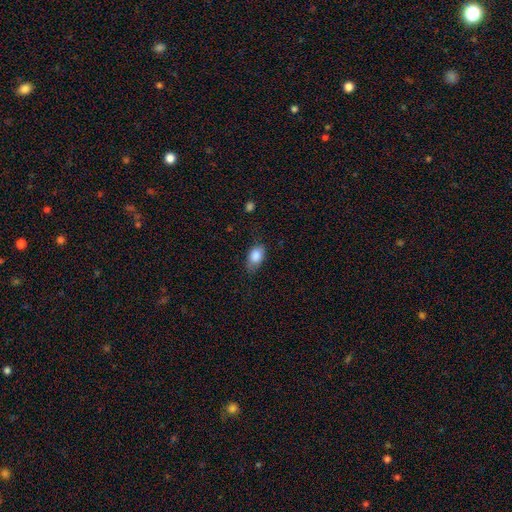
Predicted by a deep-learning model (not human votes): This appears to be a smooth galaxy with no disk features (85%) that is in between round and cigar-shaped (85%). Merging: none (68%).